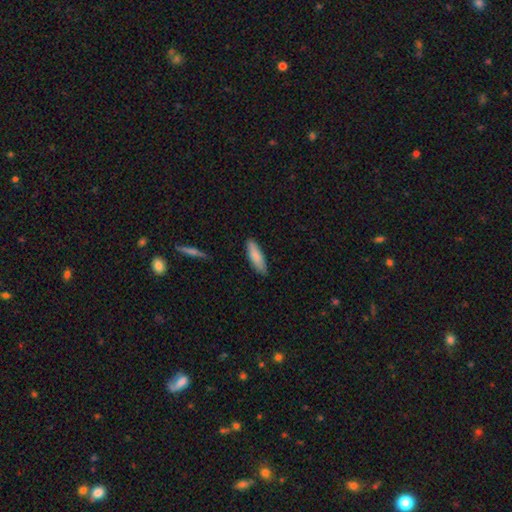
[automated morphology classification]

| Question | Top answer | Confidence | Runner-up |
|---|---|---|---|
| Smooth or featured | smooth | 84% | featured or disk (10%) |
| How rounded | cigar-shaped | 54% | in between (45%) |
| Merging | none | 83% | minor disturbance (14%) |